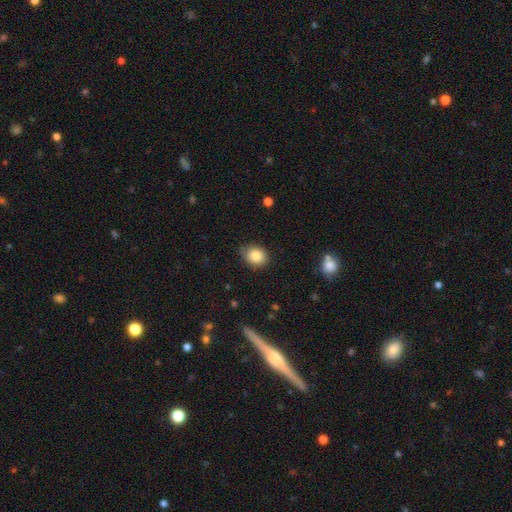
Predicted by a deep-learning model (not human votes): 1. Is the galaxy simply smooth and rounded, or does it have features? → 85% smooth, 9% star or artifact, 6% featured or disk.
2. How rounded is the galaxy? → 50% round, 49% in between, 1% cigar-shaped.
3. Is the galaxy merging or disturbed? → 79% none, 17% minor disturbance, 3% major disturbance, 1% merger.